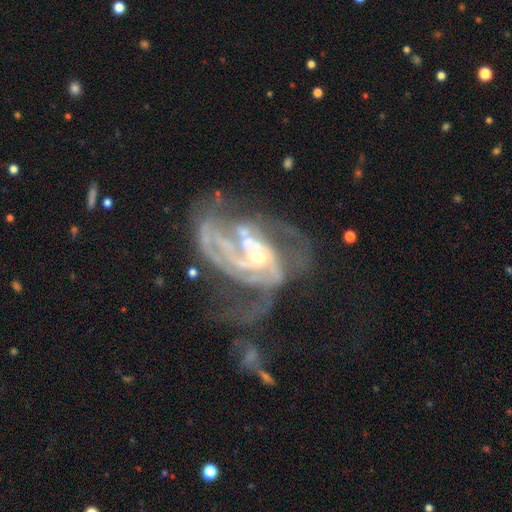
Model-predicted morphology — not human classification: This is clearly a featured or disk galaxy (87%). It is clearly not viewed edge-on (97%). Bar: possibly no (56%). Spiral arm pattern: clearly yes (89%). Spiral arm count: marginally 2 (30%). Spiral winding: possibly medium (47%). Central bulge: possibly small (49%). Merging: marginally major disturbance (42%).